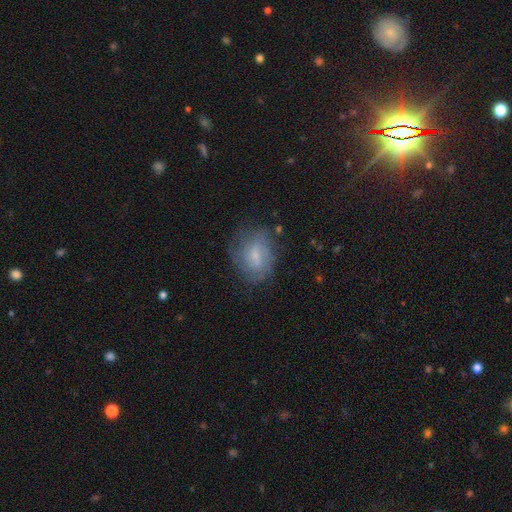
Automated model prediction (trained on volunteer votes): Smooth or featured?
  - featured or disk: 47% *
  - smooth: 43%
  - star or artifact: 9%
Merging?
  - none: 63% *
  - minor disturbance: 23%
  - major disturbance: 12%
  - merger: 2%